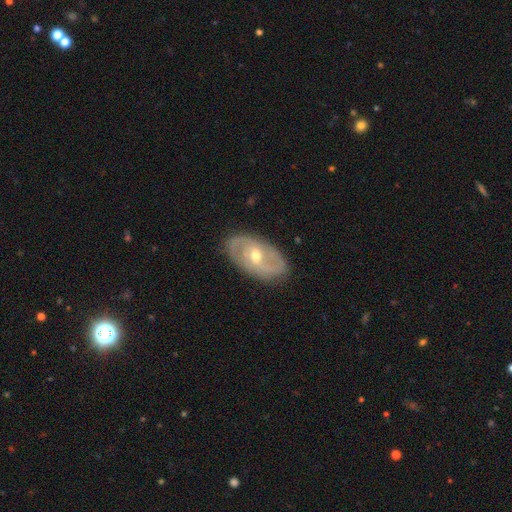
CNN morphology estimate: Overall: featured or disk (78%). Edge-on disk: no (92%). Bar: no (49%; weak 37%). Spiral arms: yes (79%). Spiral arm count: 2 (70%). Spiral winding: tight (46%; medium 38%). Bulge size: moderate (61%; small 36%). Merging: none (84%).